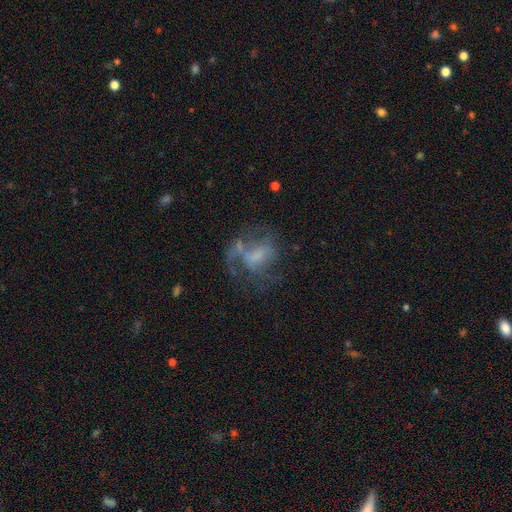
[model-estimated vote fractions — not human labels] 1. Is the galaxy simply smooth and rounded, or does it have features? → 60% featured or disk, 26% smooth, 13% star or artifact.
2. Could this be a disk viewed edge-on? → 97% no, 3% yes.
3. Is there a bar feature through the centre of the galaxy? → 55% no, 35% weak, 10% strong.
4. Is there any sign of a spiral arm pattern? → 53% yes, 47% no.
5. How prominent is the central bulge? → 36% none, 28% small, 27% moderate, 8% large, 2% dominant.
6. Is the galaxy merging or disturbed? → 38% major disturbance (tied), 38% none (tied), 17% minor disturbance, 7% merger.